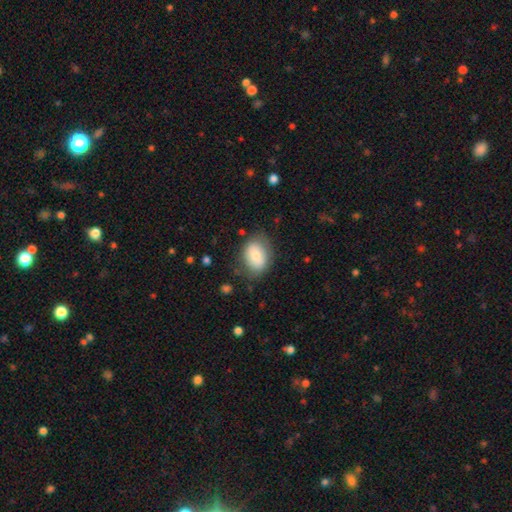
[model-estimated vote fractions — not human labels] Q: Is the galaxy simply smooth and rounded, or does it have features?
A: smooth — 77%.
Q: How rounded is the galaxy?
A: in between — 75%.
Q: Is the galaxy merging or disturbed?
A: none — 72%.